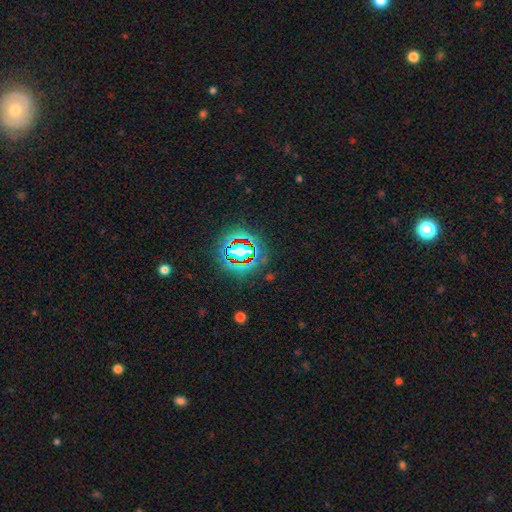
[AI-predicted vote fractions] A star or artifact, not a galaxy (81%).